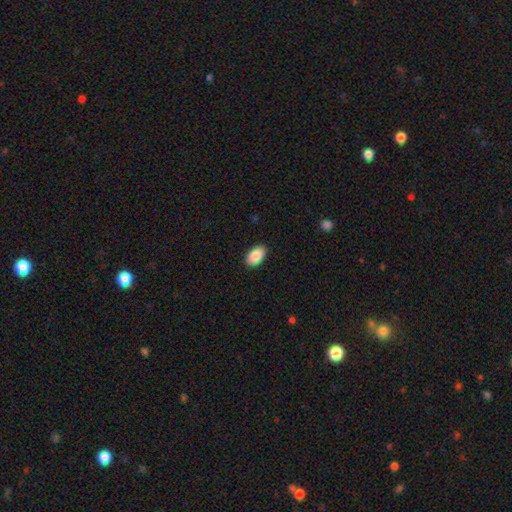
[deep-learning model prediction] smooth 88%, star or artifact 7%, featured or disk 5%. Down the decision tree: how rounded — in between (93%); merging — none (90%).